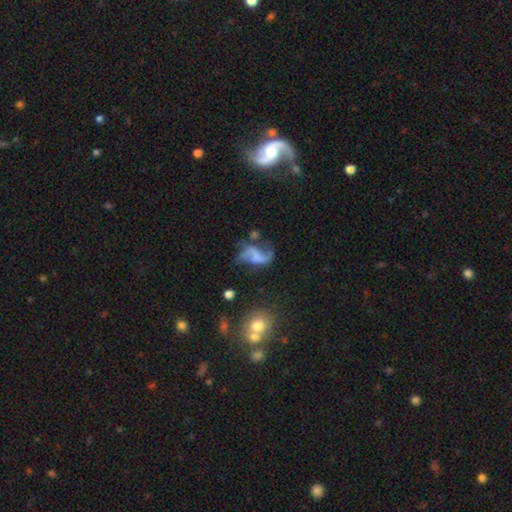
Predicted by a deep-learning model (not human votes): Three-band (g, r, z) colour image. It shows a featured or disk galaxy (70%) with no bar (46%), 2 (87%) loose (77%) spiral arms (84%) and no central bulge (59%). Merging: none (43%).